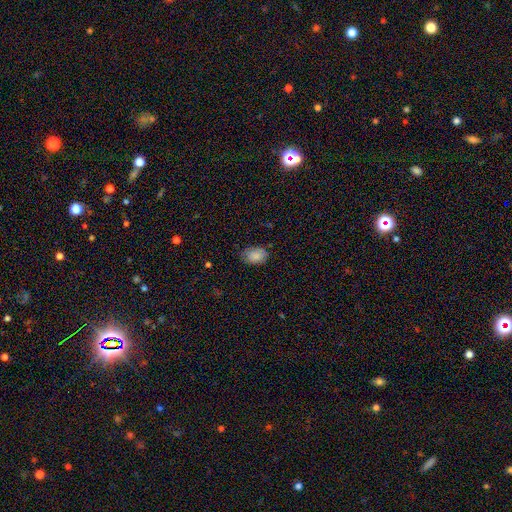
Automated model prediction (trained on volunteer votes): A smooth galaxy with no disk features (86%) that is in between round and cigar-shaped (84%). Merging: none (72%).